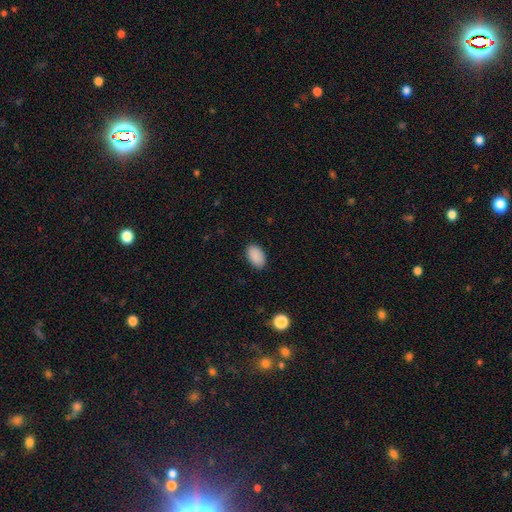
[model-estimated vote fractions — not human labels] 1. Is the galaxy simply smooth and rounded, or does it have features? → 90% smooth, 8% star or artifact, 3% featured or disk.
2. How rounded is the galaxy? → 93% in between, 6% round, 1% cigar-shaped.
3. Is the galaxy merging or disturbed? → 87% none, 10% minor disturbance, 2% major disturbance, 1% merger.